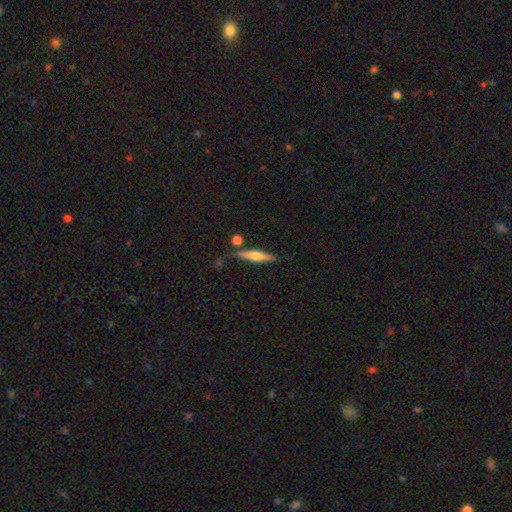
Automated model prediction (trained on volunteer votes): Smooth or featured: featured or disk — 53% (smooth — 40%)
Edge-on disk: yes — 95% (no — 5%)
Edge-on bulge: rounded — 86% (boxy — 8%)
Merging: none — 77% (minor disturbance — 13%)